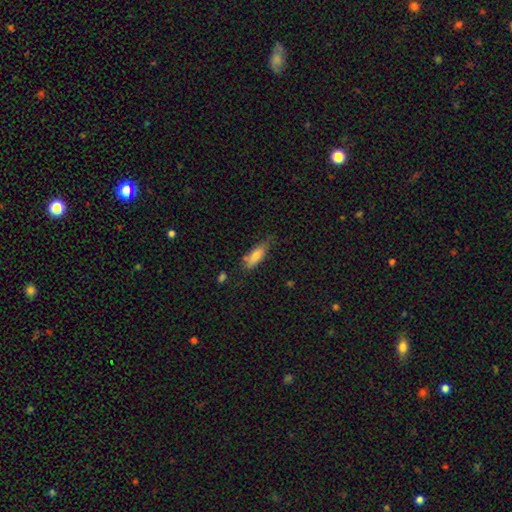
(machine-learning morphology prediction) type=smooth (73%); roundness=in between (54%); merging=none (64%).